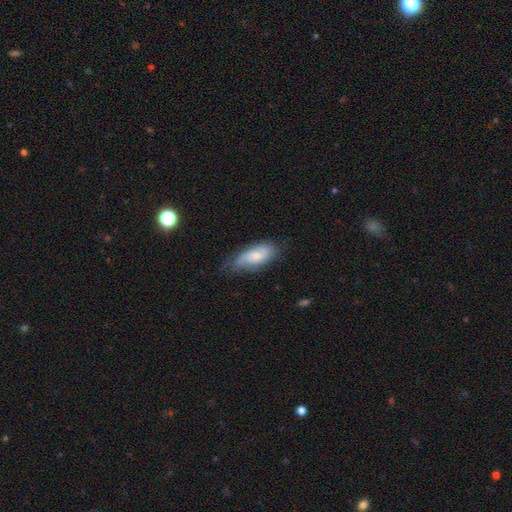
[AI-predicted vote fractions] Smooth or featured? Predicted: smooth (p=0.60). How rounded? Predicted: in between (p=0.85). Merging? Predicted: none (p=0.59).